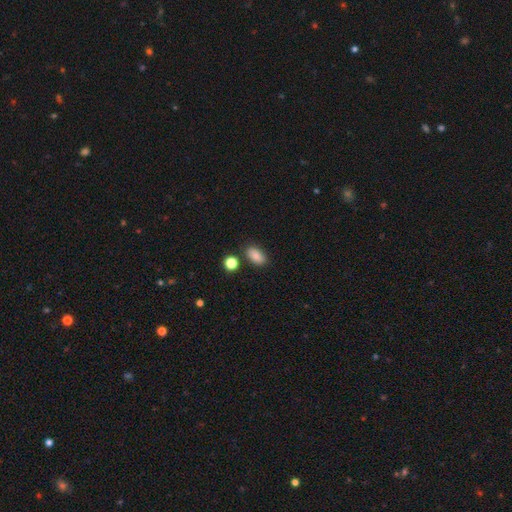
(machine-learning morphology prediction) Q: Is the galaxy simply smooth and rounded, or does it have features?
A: smooth — 85%.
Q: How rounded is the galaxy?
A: in between — 89%.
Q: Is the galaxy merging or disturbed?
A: none — 81%.